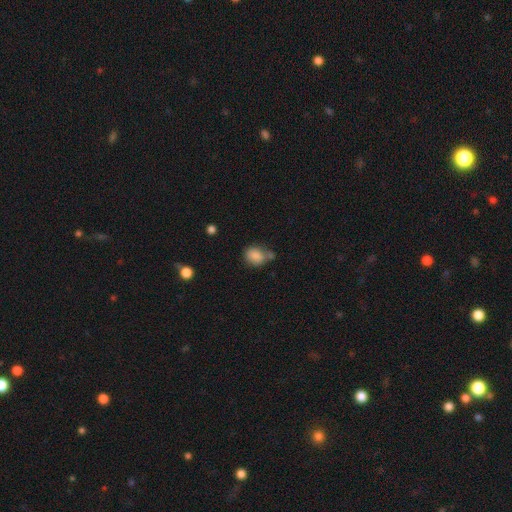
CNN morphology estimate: smooth_or_featured: smooth (p=0.84) [alt: star or artifact p=0.10]
how_rounded: in between (p=0.51) [alt: round p=0.48]
merging: none (p=0.56) [alt: minor disturbance p=0.20]